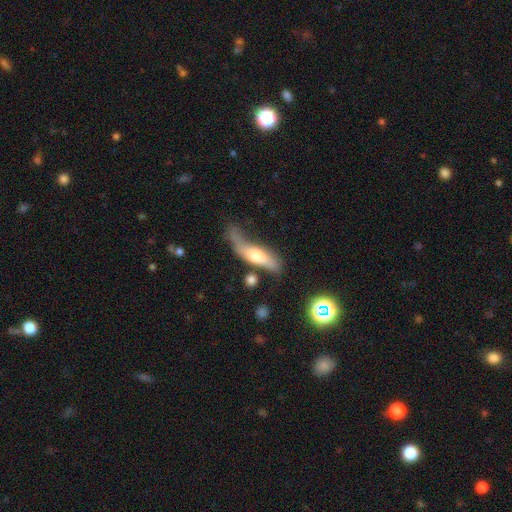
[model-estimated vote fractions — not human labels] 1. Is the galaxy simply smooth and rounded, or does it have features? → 53% smooth, 40% featured or disk, 6% star or artifact.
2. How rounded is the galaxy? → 57% cigar-shaped, 40% in between, 3% round.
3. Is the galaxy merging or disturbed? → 31% none, 29% minor disturbance, 27% major disturbance, 13% merger.